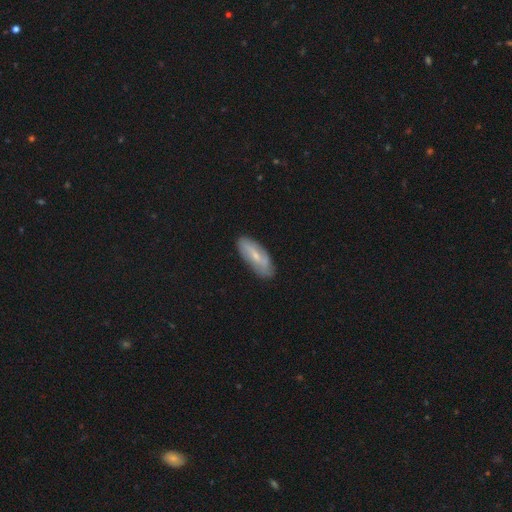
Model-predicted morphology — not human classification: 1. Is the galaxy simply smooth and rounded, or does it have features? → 55% featured or disk, 38% smooth, 7% star or artifact.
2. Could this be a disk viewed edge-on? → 82% no, 18% yes.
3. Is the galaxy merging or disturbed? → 80% none, 15% minor disturbance, 3% major disturbance, 1% merger.